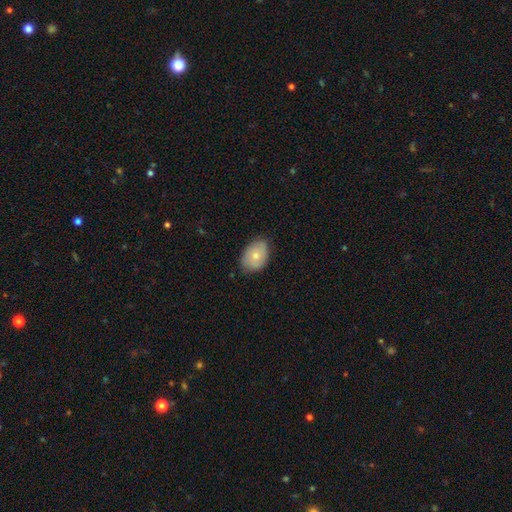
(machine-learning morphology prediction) smooth-or-featured: smooth: 70% | featured or disk: 23% | star or artifact: 7%
  how-rounded: in between: 78% | round: 21% | cigar-shaped: 1%
  merging: none: 73% | minor disturbance: 23% | major disturbance: 3% | merger: 1%